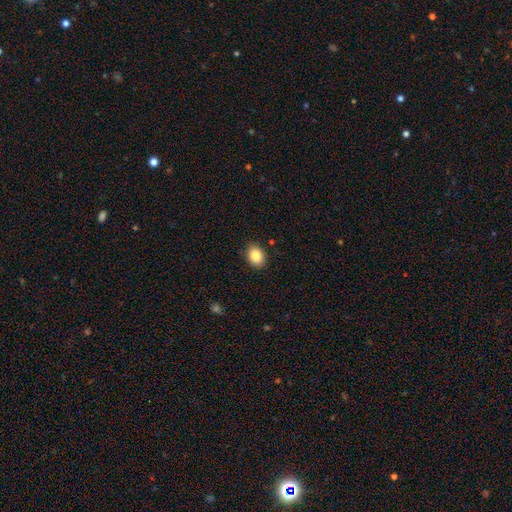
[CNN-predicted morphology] Smooth or featured? smooth (86%)
How rounded? in between (70%)
Merging? none (89%)